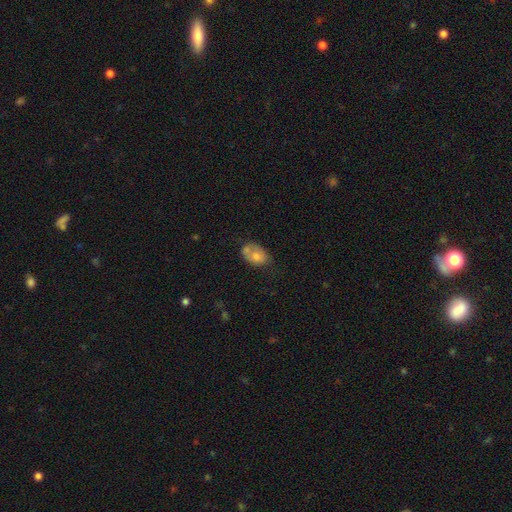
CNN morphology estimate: smooth 67%, featured or disk 24%, star or artifact 8%. Down the decision tree: how rounded — in between (79%); merging — none (35%).